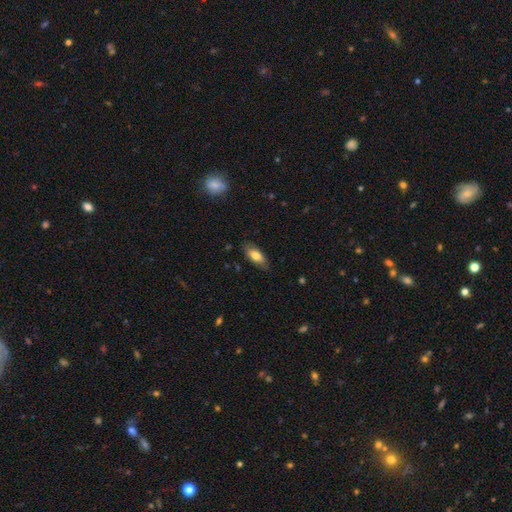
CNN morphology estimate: A smooth galaxy with no disk features (75%) that is in between round and cigar-shaped (81%).

Vote fractions:
- Smooth or featured? smooth: 75% / featured or disk: 19% / star or artifact: 6%
- How rounded? in between: 81% / cigar-shaped: 17% / round: 2%
- Merging? none: 82% / minor disturbance: 14% / major disturbance: 3% / merger: 1%